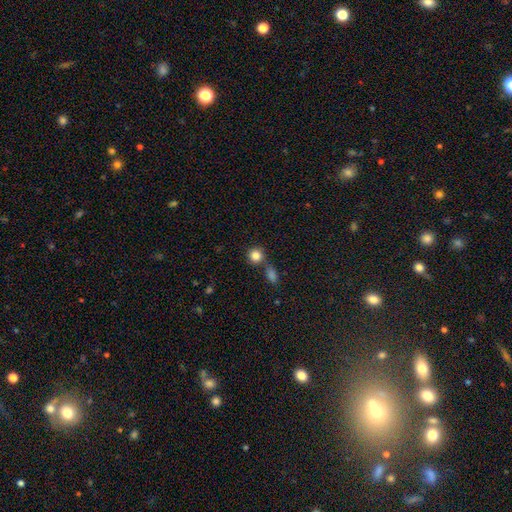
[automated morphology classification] This is clearly a smooth galaxy (84%). How rounded: clearly round (90%). Merging: likely none (65%).